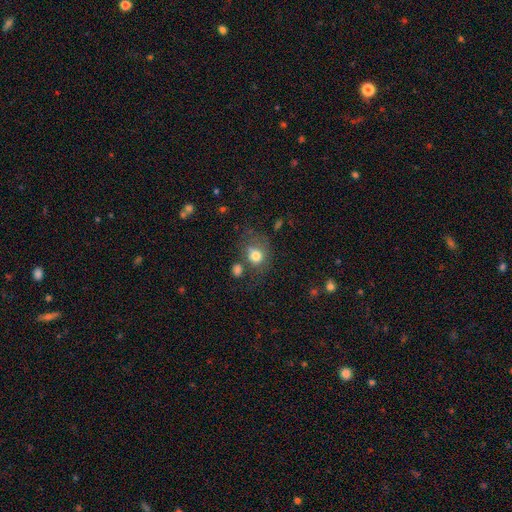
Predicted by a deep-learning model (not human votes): Smooth or featured? Predicted: smooth (p=0.74). How rounded? Predicted: round (p=0.62). Merging? Predicted: none (p=0.44).